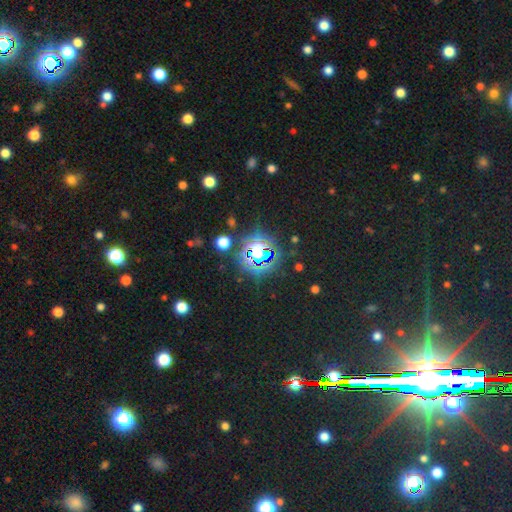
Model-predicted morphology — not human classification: The model was most divided on "smooth or featured": star or artifact: 74%, smooth: 18%, featured or disk: 9%.